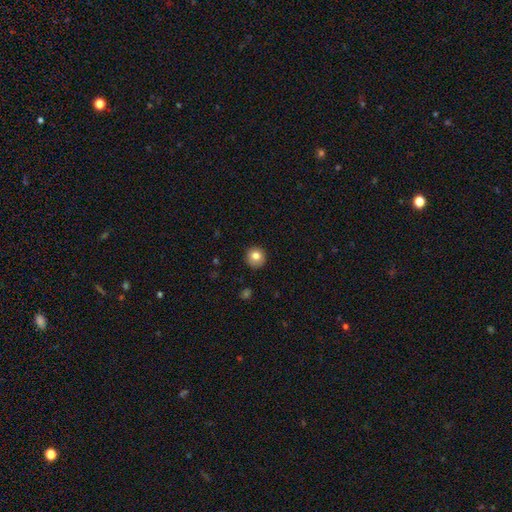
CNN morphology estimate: Smooth or featured: smooth — 81% (featured or disk — 10%)
How rounded: round — 93% (in between — 6%)
Merging: none — 88% (minor disturbance — 9%)